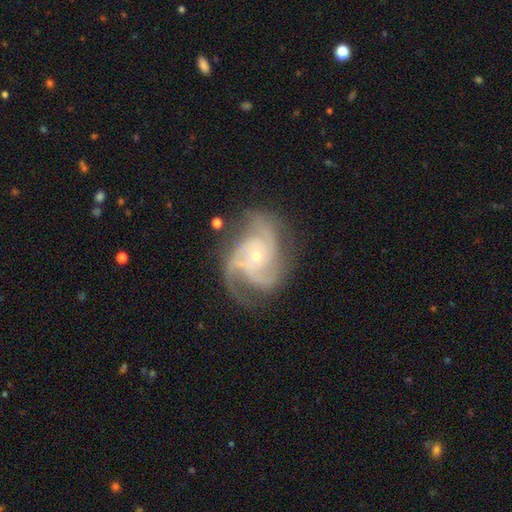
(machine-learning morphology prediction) smooth-or-featured: featured or disk: 90% | star or artifact: 5% | smooth: 5%
  disk-edge-on: no: 98% | yes: 2%
    bar: no: 72% | weak: 22% | strong: 6%
    has-spiral-arms: yes: 98% | no: 2%
      spiral-winding: medium: 49% | tight: 39% | loose: 12%
      spiral-arm-count: 3: 56% | 4: 16% | 2: 12% | can't tell: 8% | more than 4: 4% | 1: 4%
    bulge-size: small: 75% | moderate: 22% | none: 1% | large: 1% | dominant: 1%
  merging: none: 65% | minor disturbance: 20% | major disturbance: 13% | merger: 2%